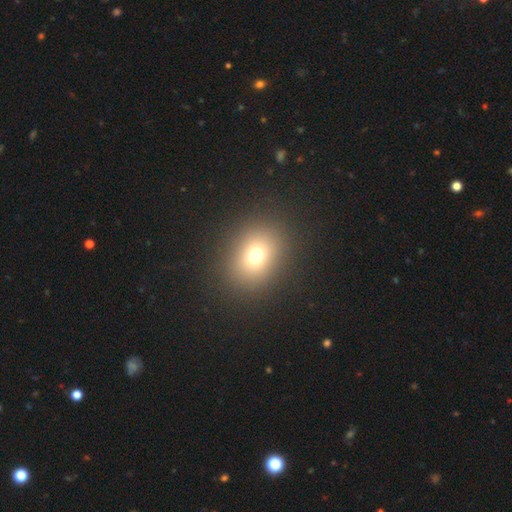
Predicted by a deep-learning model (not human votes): A smooth galaxy with no disk features (72%) that is round (57%).

Vote fractions:
- Smooth or featured? smooth: 72% / star or artifact: 17% / featured or disk: 11%
- How rounded? round: 57% / in between: 42% / cigar-shaped: 1%
- Merging? none: 88% / minor disturbance: 7% / major disturbance: 4% / merger: 1%